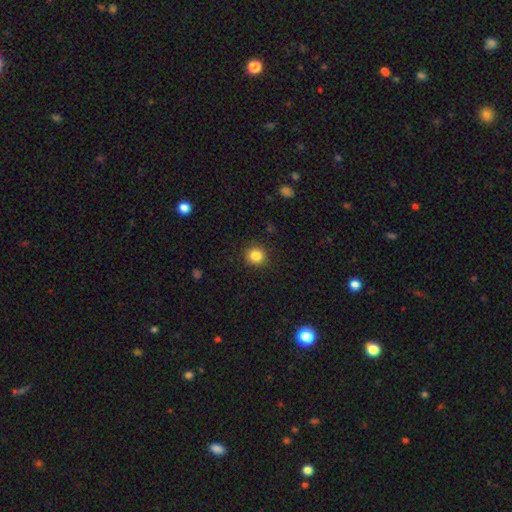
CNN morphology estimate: This appears to be a smooth galaxy with no disk features (85%) that is round (92%). Merging: none (91%).